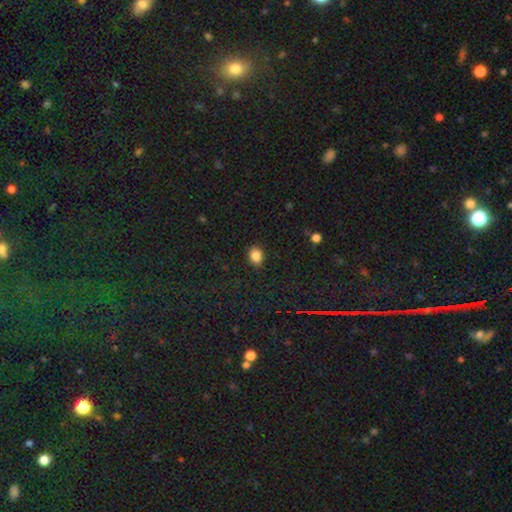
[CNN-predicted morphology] Smooth or featured? smooth (86%)
How rounded? in between (55%)
Merging? none (88%)